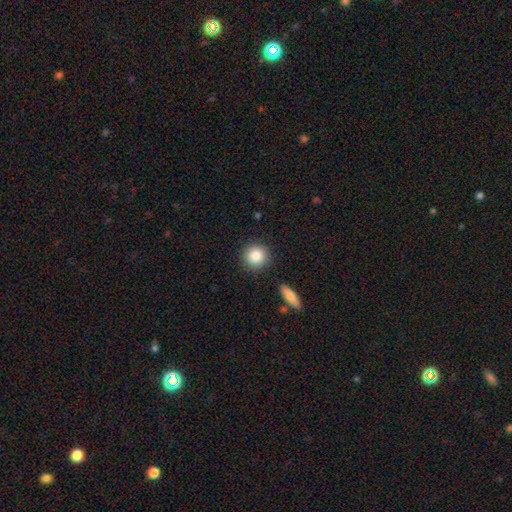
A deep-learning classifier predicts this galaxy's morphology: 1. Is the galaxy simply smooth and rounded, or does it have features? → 87% smooth, 8% star or artifact, 5% featured or disk.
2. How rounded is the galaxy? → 92% round, 7% in between, 1% cigar-shaped.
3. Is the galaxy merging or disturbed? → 88% none, 7% minor disturbance, 3% merger, 2% major disturbance.